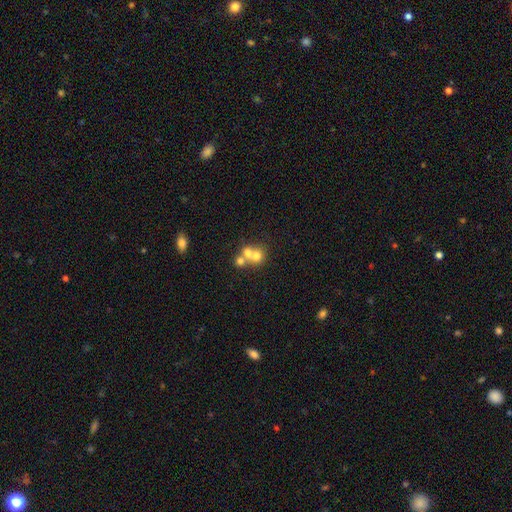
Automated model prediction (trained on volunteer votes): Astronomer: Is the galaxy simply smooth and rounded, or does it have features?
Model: smooth — 65%.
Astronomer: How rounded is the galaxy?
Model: round — 81%.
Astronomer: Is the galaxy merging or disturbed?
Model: merger — 61%.